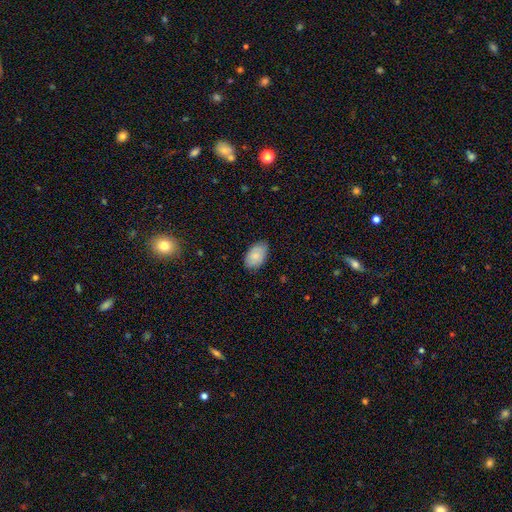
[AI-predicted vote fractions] smooth 83%, featured or disk 11%, star or artifact 7%. Down the decision tree: how rounded — in between (93%); merging — none (81%).